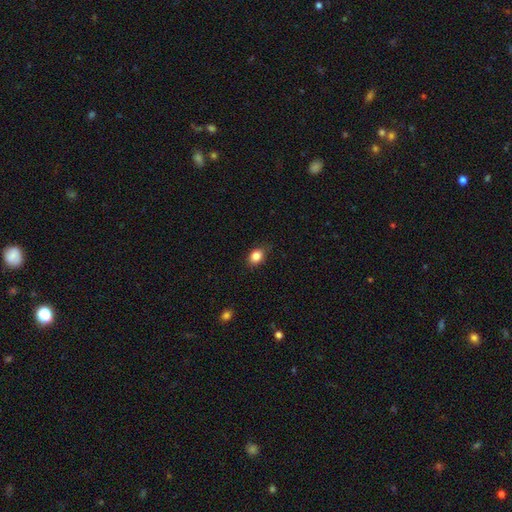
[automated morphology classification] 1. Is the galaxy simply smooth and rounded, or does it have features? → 84% smooth, 10% star or artifact, 6% featured or disk.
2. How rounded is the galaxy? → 63% in between, 36% round, 1% cigar-shaped.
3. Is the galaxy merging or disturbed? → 81% none, 15% minor disturbance, 3% major disturbance, 1% merger.